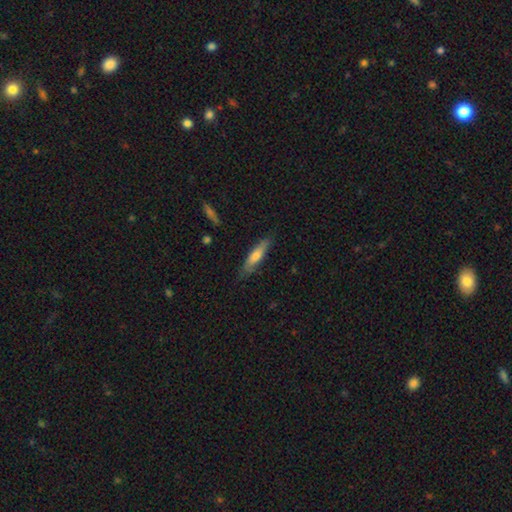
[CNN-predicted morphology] A smooth galaxy with no disk features (62%) that is cigar-shaped (76%).

Vote fractions:
- Smooth or featured? smooth: 62% / featured or disk: 32% / star or artifact: 6%
- How rounded? cigar-shaped: 76% / in between: 22% / round: 2%
- Merging? none: 79% / minor disturbance: 17% / major disturbance: 3% / merger: 1%